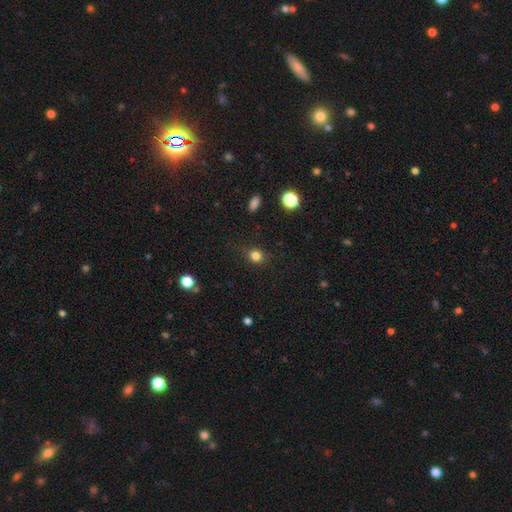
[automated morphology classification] Overall: smooth (81%). How rounded: round (82%). Merging: none (79%).